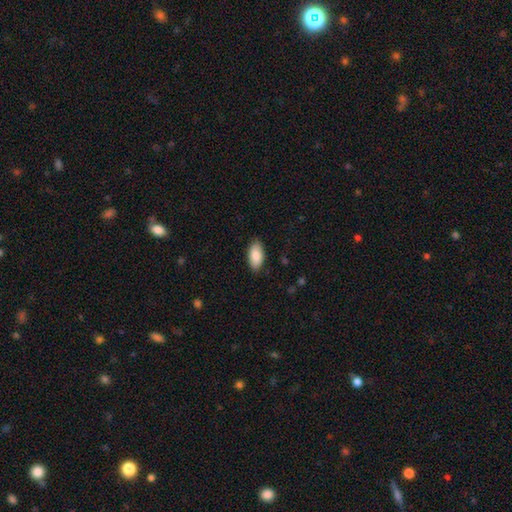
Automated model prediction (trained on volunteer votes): Morphology: type=smooth (87%); roundness=in between (93%); merging=none (87%).